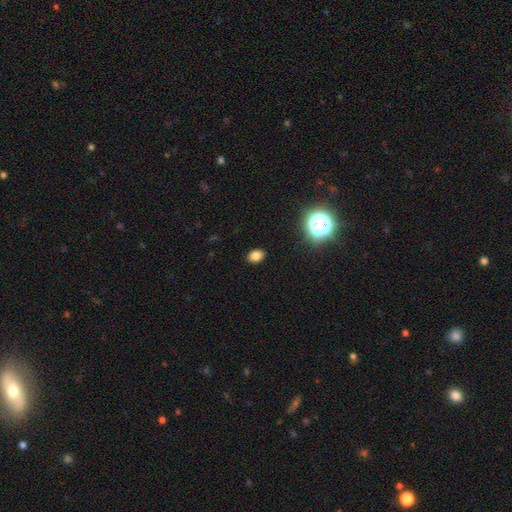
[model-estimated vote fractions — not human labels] smooth_or_featured: smooth (p=0.80) [alt: star or artifact p=0.15]
how_rounded: in between (p=0.67) [alt: round p=0.32]
merging: none (p=0.89) [alt: minor disturbance p=0.08]